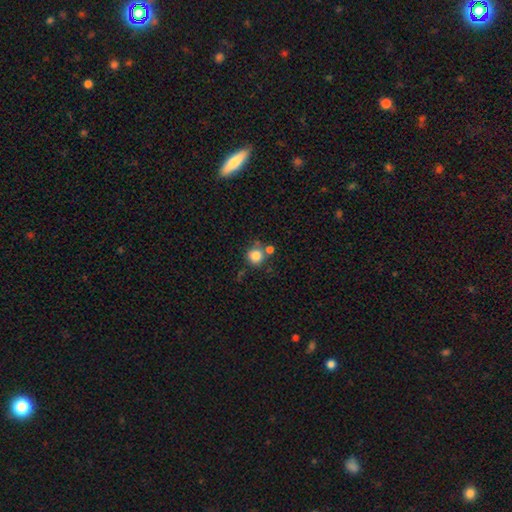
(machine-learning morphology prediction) The model was most divided on "merging": none: 67%, merger: 19%, minor disturbance: 10%, major disturbance: 4%. More confident: how rounded — round (92%); smooth or featured — smooth (83%).